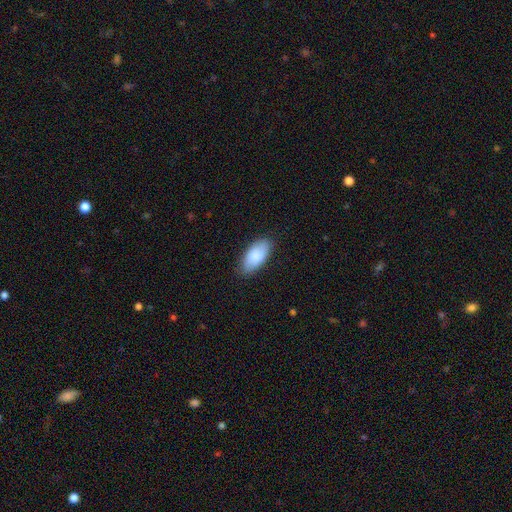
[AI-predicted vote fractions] Smooth or featured?
  - smooth: 83% *
  - featured or disk: 11%
  - star or artifact: 6%
How rounded?
  - in between: 92% *
  - cigar-shaped: 6%
  - round: 2%
Merging?
  - none: 83% *
  - minor disturbance: 14%
  - major disturbance: 3%
  - merger: 1%